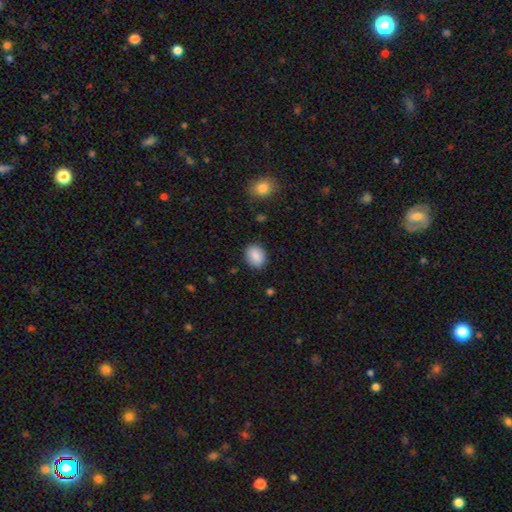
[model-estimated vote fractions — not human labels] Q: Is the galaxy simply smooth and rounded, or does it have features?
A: smooth — 88%.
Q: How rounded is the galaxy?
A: in between — 61%.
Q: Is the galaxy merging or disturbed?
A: none — 87%.